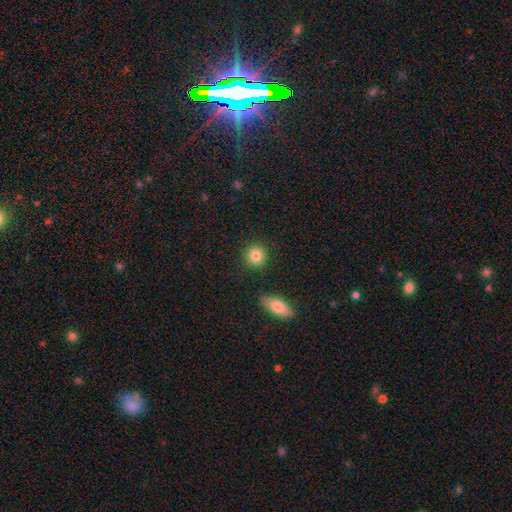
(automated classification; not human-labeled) Smooth or featured? smooth (85%)
How rounded? round (88%)
Merging? none (89%)